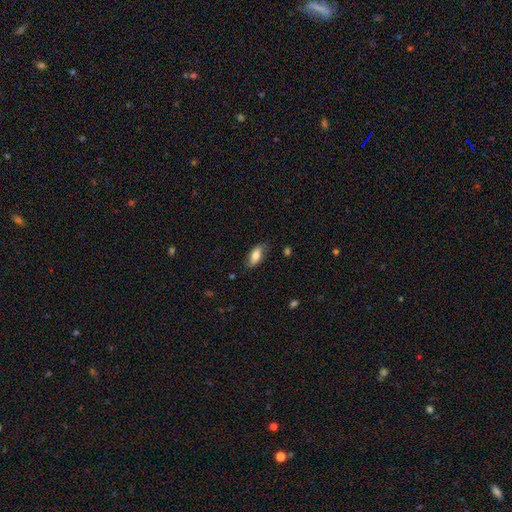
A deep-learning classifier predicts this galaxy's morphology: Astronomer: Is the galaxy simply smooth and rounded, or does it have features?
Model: smooth — 75%.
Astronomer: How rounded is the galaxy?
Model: in between — 88%.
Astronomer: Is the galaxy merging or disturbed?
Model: none — 77%.